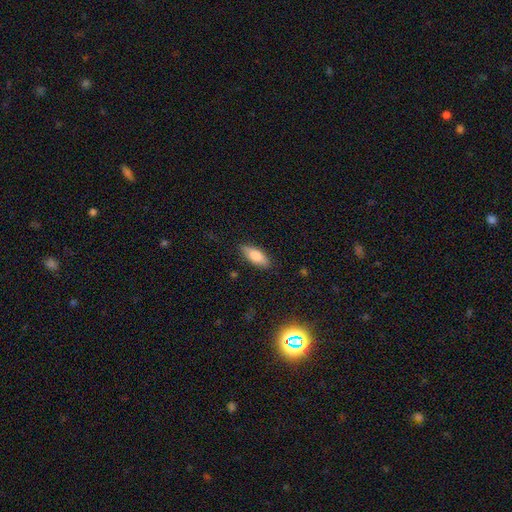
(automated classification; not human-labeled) smooth-or-featured: smooth: 81% | featured or disk: 13% | star or artifact: 7%
  how-rounded: in between: 78% | cigar-shaped: 20% | round: 2%
  merging: none: 85% | minor disturbance: 11% | major disturbance: 2% | merger: 1%